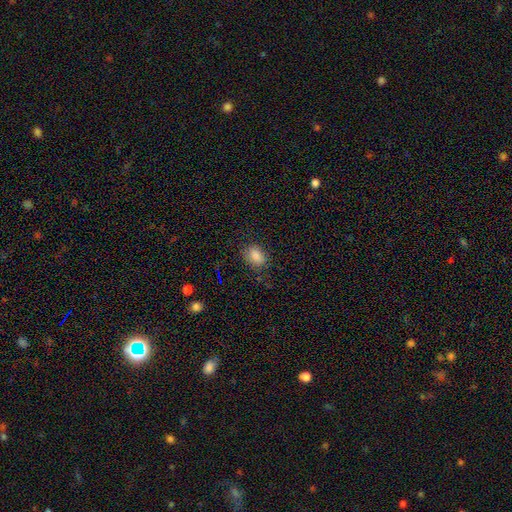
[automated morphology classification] Q: Smooth or featured?
A: smooth (85%); runner-up: star or artifact (10%)
Q: How rounded?
A: in between (78%); runner-up: round (20%)
Q: Merging?
A: none (78%); runner-up: minor disturbance (16%)